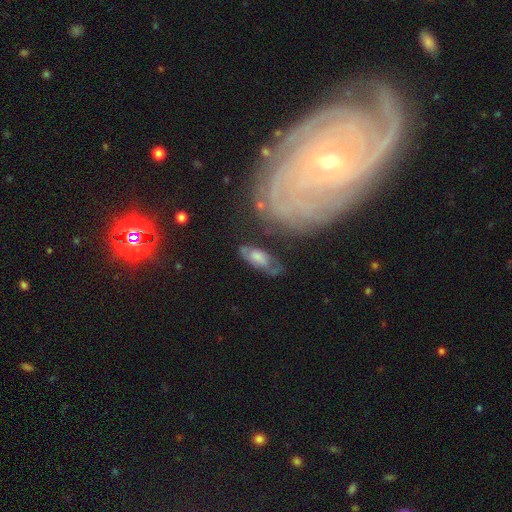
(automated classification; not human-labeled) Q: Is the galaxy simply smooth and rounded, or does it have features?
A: smooth — 53%.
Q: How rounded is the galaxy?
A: in between — 78%.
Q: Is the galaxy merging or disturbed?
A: none — 54%.